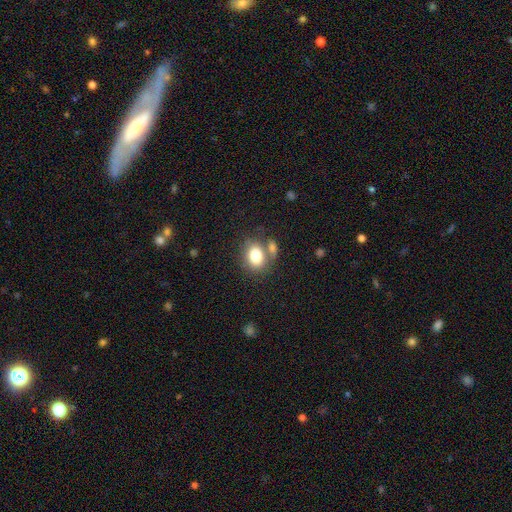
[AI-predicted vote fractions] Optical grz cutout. It shows a smooth galaxy with no disk features (80%) that is in between round and cigar-shaped (65%). Merging: none (57%).